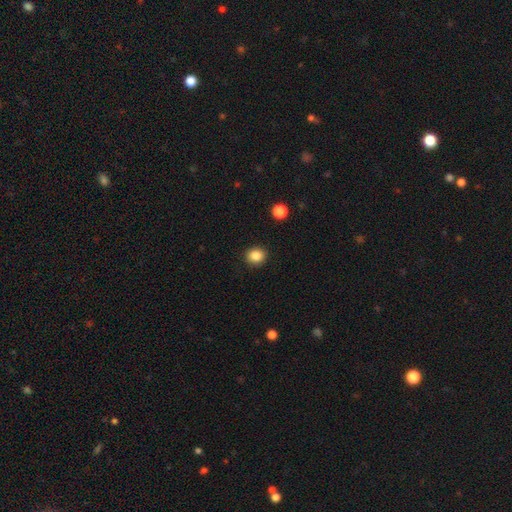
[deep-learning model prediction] Q: Smooth or featured?
A: smooth (86%); runner-up: star or artifact (10%)
Q: How rounded?
A: round (77%); runner-up: in between (22%)
Q: Merging?
A: none (90%); runner-up: minor disturbance (7%)